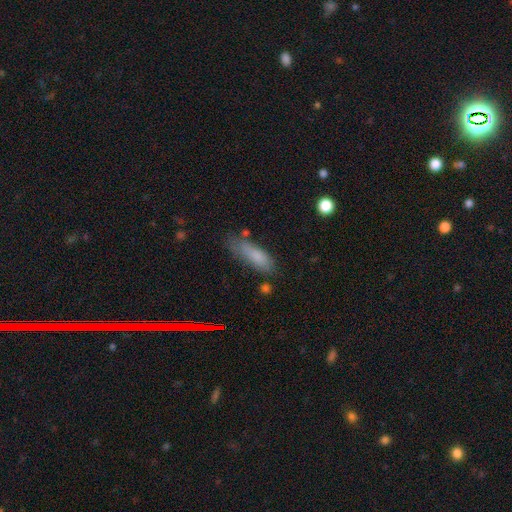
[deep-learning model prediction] This appears to be a smooth galaxy with no disk features (78%) that is in between round and cigar-shaped (54%). Merging: none (59%).